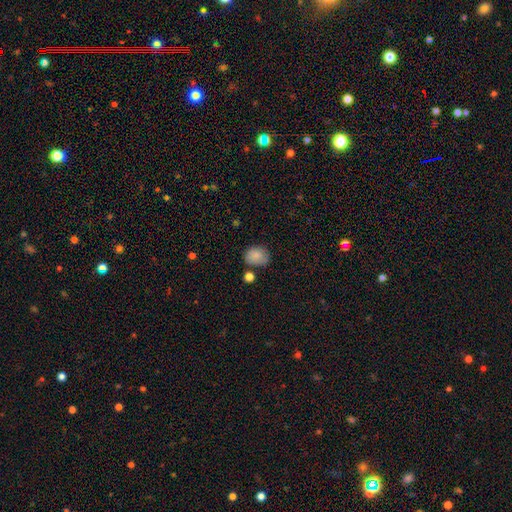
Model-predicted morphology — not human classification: Smooth or featured? smooth (85%)
How rounded? in between (51%)
Merging? none (66%)